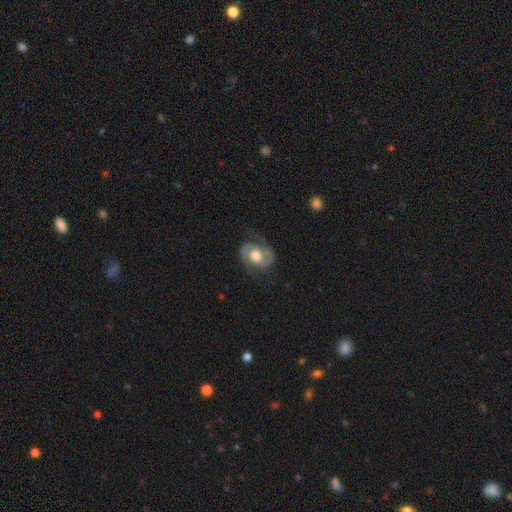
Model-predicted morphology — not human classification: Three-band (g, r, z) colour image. It shows a featured or disk galaxy (83%) with no bar (66%), 2 (90%) medium (51%) spiral arms (94%) and a moderate central bulge (65%). Merging: none (69%).